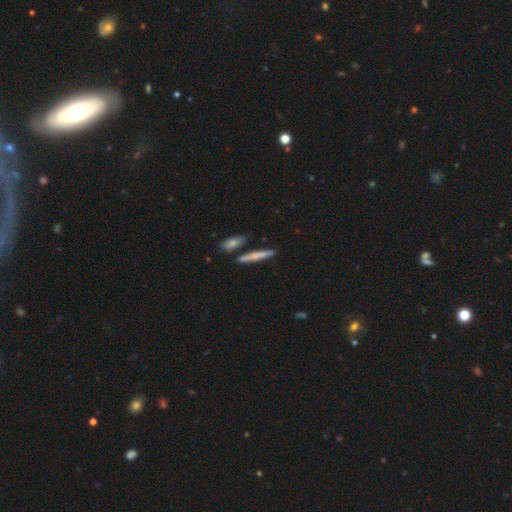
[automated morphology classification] The model was most divided on "smooth or featured": smooth: 59%, featured or disk: 35%, star or artifact: 7%. More confident: how rounded — cigar-shaped (90%); merging — none (79%).